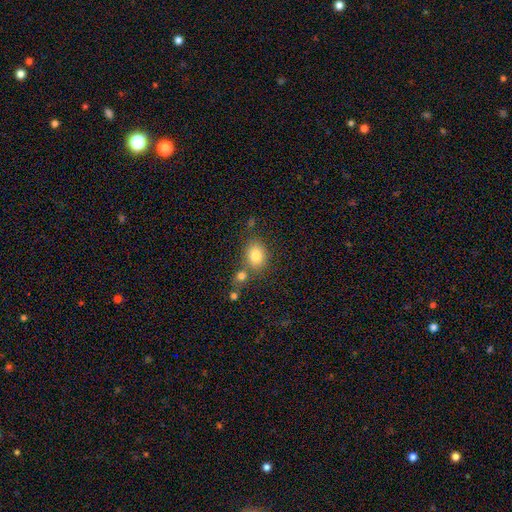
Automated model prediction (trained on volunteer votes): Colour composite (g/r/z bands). It shows a smooth galaxy with no disk features (81%) that is in between round and cigar-shaped (53%). Merging: none (65%).